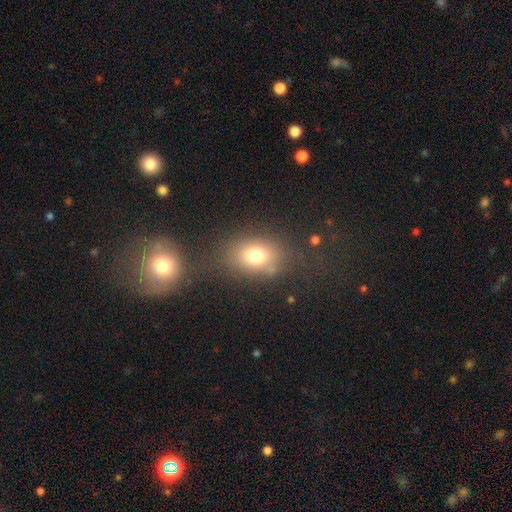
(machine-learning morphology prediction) Q: Smooth or featured?
A: smooth (74%); runner-up: star or artifact (13%)
Q: How rounded?
A: in between (67%); runner-up: round (32%)
Q: Merging?
A: none (66%); runner-up: minor disturbance (16%)